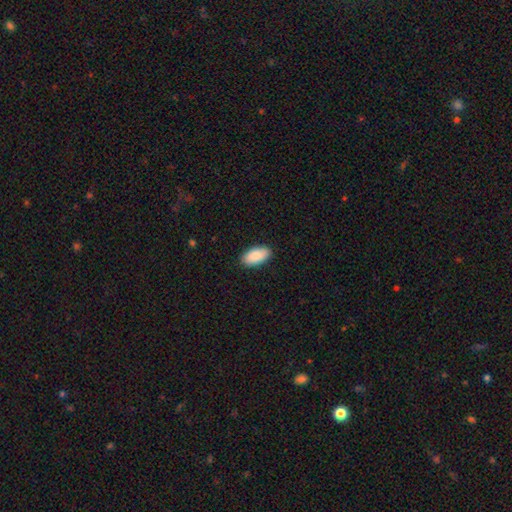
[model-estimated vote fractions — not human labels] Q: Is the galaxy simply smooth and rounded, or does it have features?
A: smooth — 90%.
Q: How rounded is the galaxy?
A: in between — 94%.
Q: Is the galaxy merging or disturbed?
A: none — 90%.